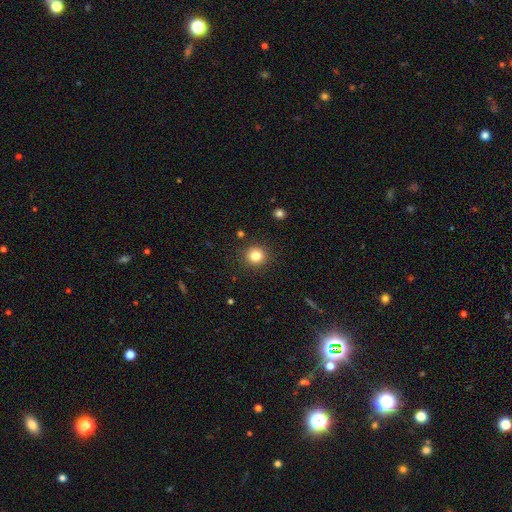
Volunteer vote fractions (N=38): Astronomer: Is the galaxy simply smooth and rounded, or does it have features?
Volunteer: smooth — 82%.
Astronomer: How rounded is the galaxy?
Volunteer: round — 94%.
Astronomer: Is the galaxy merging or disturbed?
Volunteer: none — 94%.